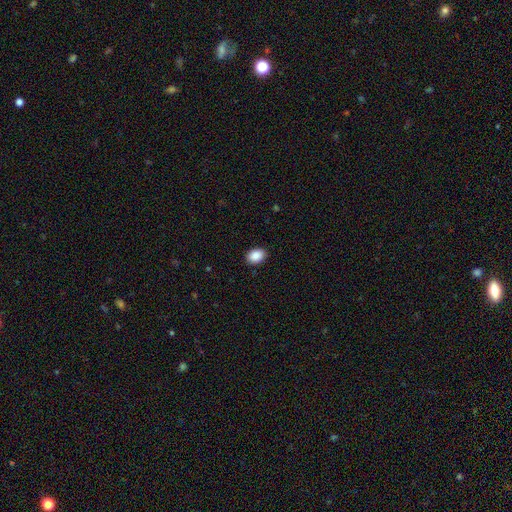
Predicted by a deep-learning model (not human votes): smooth 90%, star or artifact 7%, featured or disk 3%. Down the decision tree: how rounded — in between (76%); merging — none (89%).